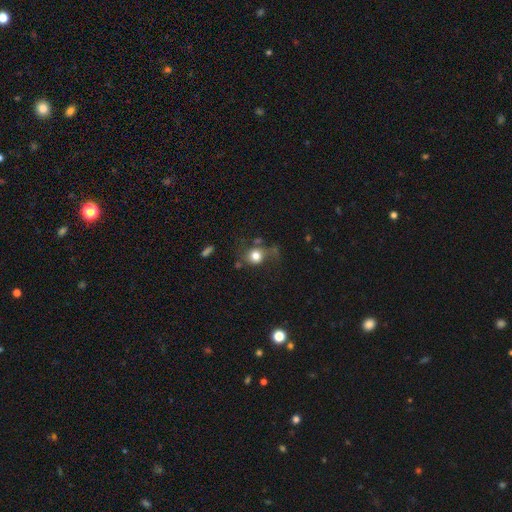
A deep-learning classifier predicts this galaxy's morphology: Overall: smooth (75%). How rounded: round (82%). Merging: none (54%; minor disturbance 21%).